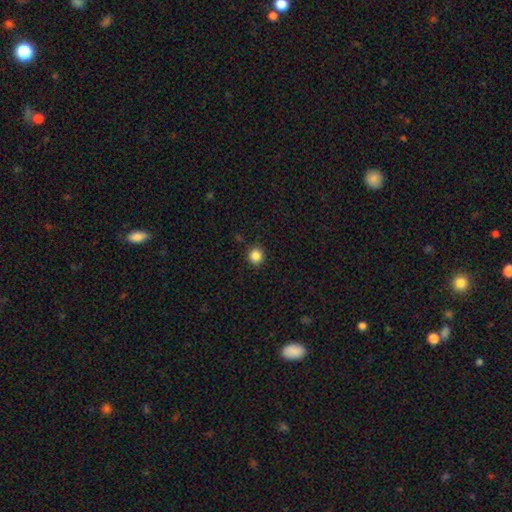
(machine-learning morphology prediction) Overall: smooth (85%). How rounded: round (92%). Merging: none (91%).